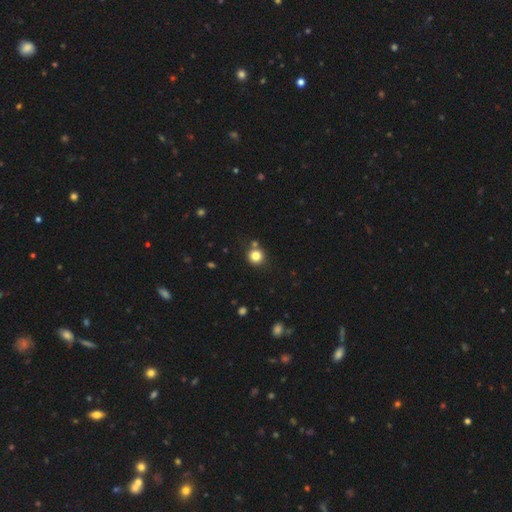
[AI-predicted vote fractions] Smooth or featured: smooth — 81% (star or artifact — 13%)
How rounded: round — 91% (in between — 8%)
Merging: none — 78% (merger — 11%)